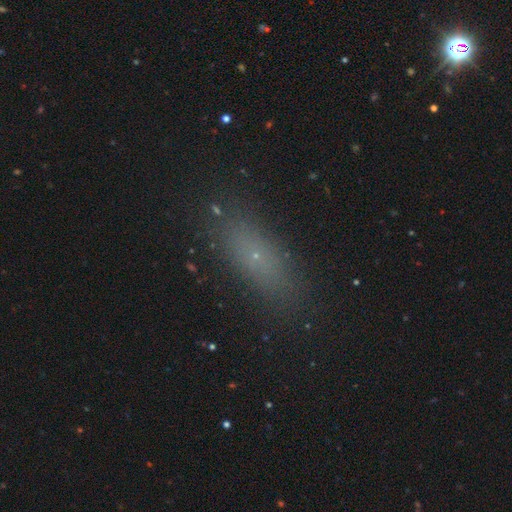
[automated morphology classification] smooth-or-featured: smooth: 63% | star or artifact: 21% | featured or disk: 15%
  how-rounded: in between: 57% | cigar-shaped: 37% | round: 6%
  merging: none: 85% | minor disturbance: 11% | major disturbance: 3% | merger: 2%